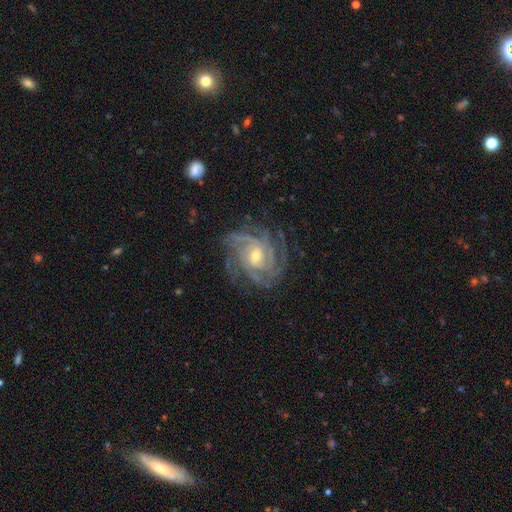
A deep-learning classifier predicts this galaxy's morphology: A featured or disk galaxy (91%) with no bar (51%), 4 (28%) tight (70%) spiral arms (98%) and a moderate central bulge (49%).

Vote fractions:
- Smooth or featured? featured or disk: 91% / star or artifact: 5% / smooth: 4%
- Edge-on disk? no: 97% / yes: 3%
- Bar? no: 51% / weak: 38% / strong: 11%
- Spiral arms? yes: 98% / no: 2%
- Spiral winding? tight: 70% / medium: 25% / loose: 4%
- Spiral arm count? 4: 28% / 3: 21% / can't tell: 20% / more than 4: 12% / 2: 11% / 1: 8%
- Bulge size? moderate: 49% / small: 47% / large: 2% / none: 1% / dominant: 1%
- Merging? none: 76% / minor disturbance: 15% / major disturbance: 7% / merger: 1%